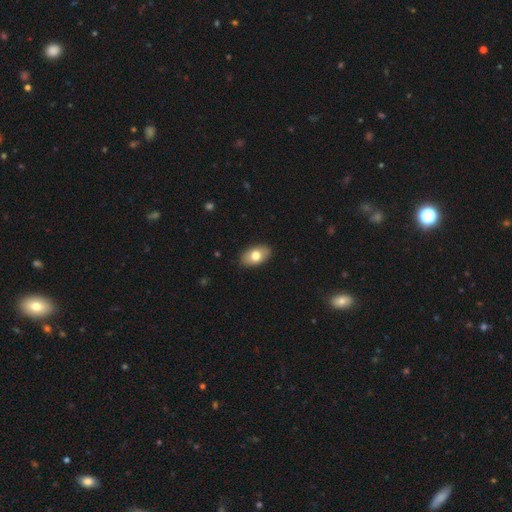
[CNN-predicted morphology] Overall: smooth (76%). How rounded: in between (91%). Merging: none (88%).